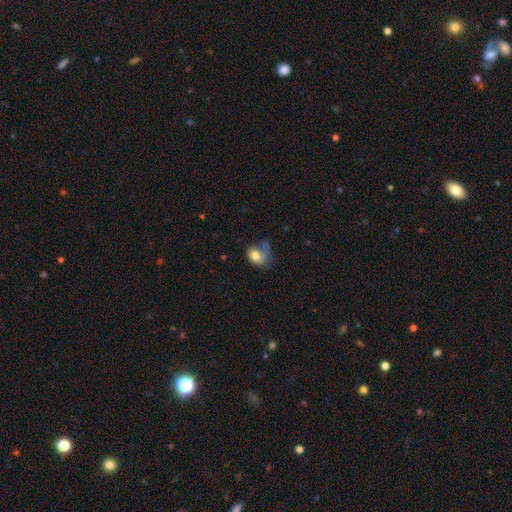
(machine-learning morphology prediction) Overall: smooth (71%). How rounded: in between (55%; round 43%). Merging: major disturbance (36%; none 29%).